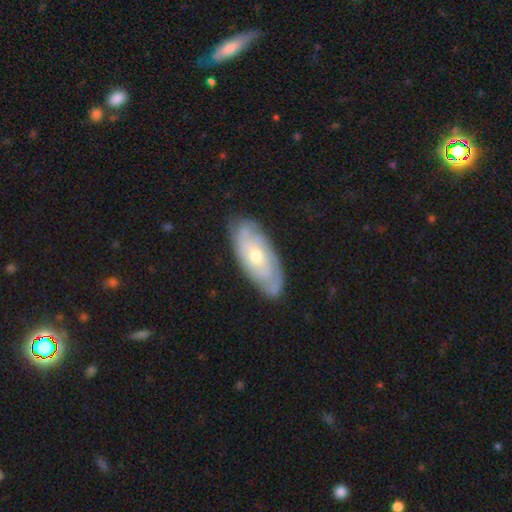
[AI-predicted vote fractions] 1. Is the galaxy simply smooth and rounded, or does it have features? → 68% featured or disk, 27% smooth, 5% star or artifact.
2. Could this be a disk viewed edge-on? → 89% no, 11% yes.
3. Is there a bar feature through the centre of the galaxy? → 78% no, 19% weak, 4% strong.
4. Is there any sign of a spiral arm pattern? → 80% yes, 20% no.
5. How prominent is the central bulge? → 51% moderate, 45% small, 2% large, 1% none, 1% dominant.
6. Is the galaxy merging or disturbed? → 78% none, 17% minor disturbance, 4% major disturbance, 1% merger.